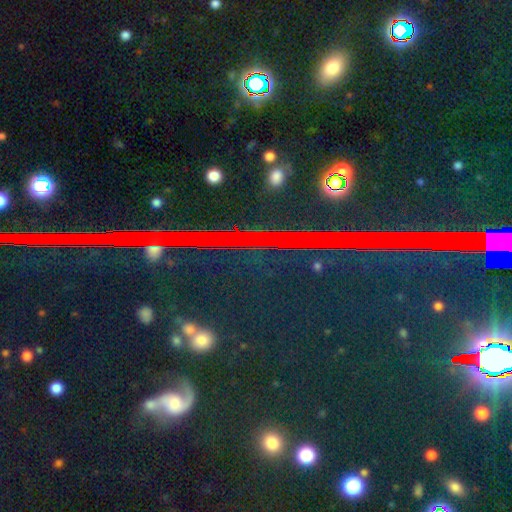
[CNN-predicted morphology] Q: Smooth or featured?
A: star or artifact (79%); runner-up: smooth (11%)